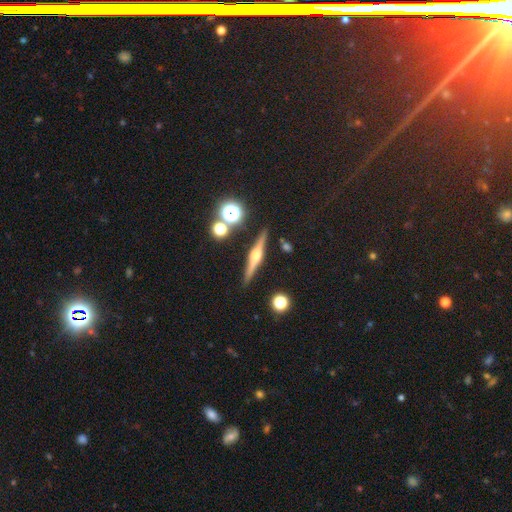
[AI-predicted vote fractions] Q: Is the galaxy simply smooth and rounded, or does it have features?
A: featured or disk — 77%.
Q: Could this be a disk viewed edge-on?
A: yes — 98%.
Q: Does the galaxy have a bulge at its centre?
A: rounded — 91%.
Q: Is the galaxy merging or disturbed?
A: none — 88%.